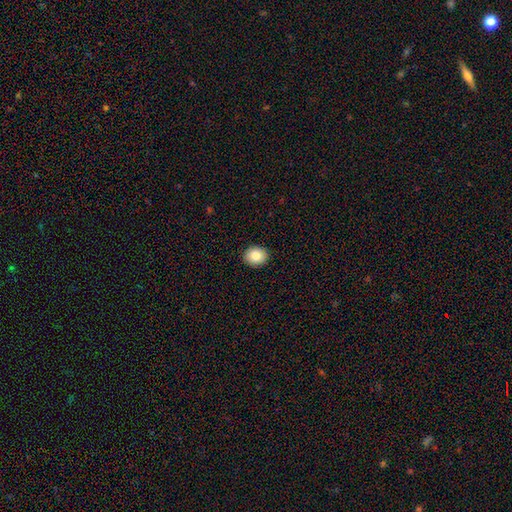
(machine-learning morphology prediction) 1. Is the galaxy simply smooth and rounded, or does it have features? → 83% smooth, 9% star or artifact, 8% featured or disk.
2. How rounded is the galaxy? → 67% round, 32% in between, 1% cigar-shaped.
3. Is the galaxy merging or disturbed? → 92% none, 6% minor disturbance, 2% major disturbance, 1% merger.